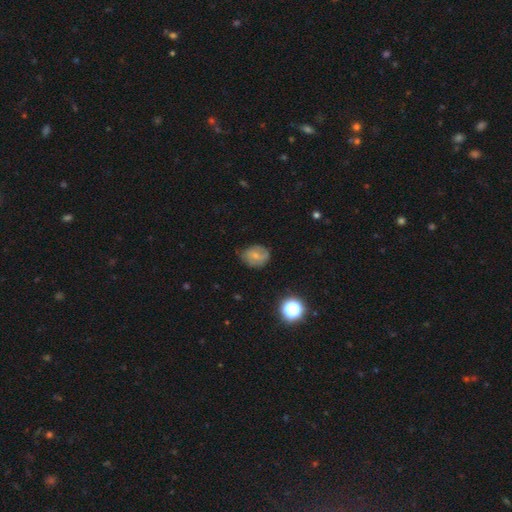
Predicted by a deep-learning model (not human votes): Q: Smooth or featured?
A: smooth (59%); runner-up: featured or disk (29%)
Q: How rounded?
A: round (52%); runner-up: in between (47%)
Q: Merging?
A: none (65%); runner-up: minor disturbance (26%)